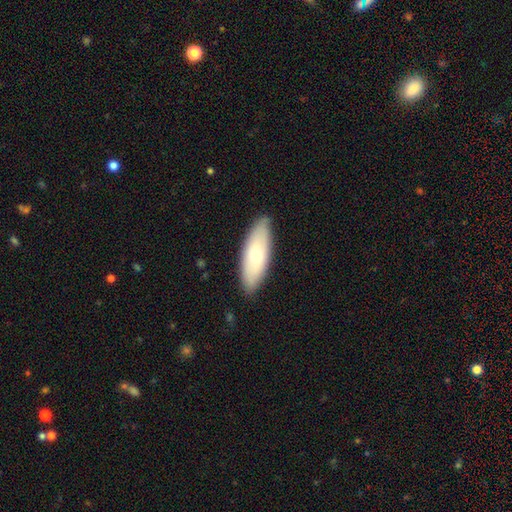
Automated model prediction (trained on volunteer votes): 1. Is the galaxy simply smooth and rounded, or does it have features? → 62% smooth, 32% featured or disk, 6% star or artifact.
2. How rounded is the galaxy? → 67% in between, 31% cigar-shaped, 2% round.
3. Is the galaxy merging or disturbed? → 85% none, 12% minor disturbance, 2% major disturbance, 1% merger.